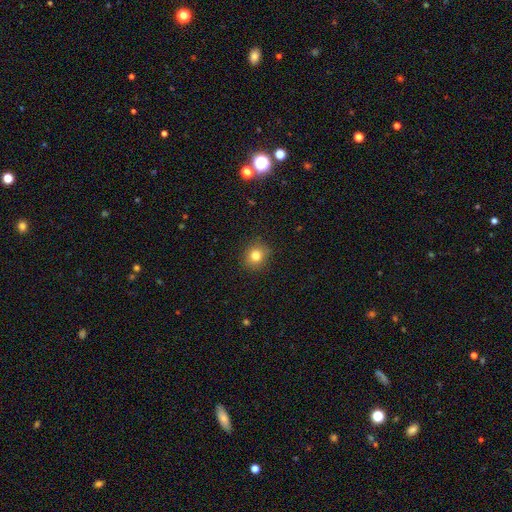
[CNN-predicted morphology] type=smooth (80%); roundness=round (81%); merging=none (89%).